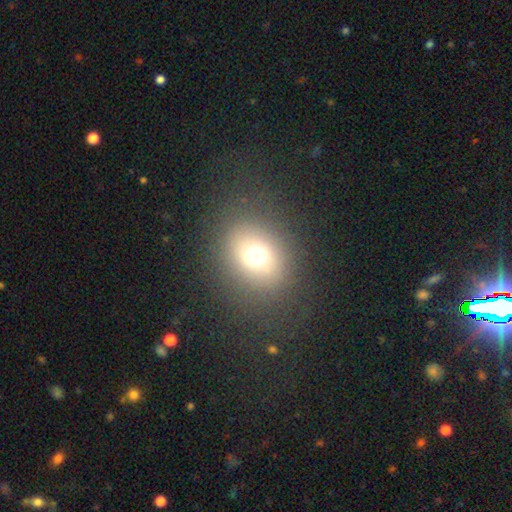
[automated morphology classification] type=smooth (65%); roundness=round (68%); merging=none (82%).